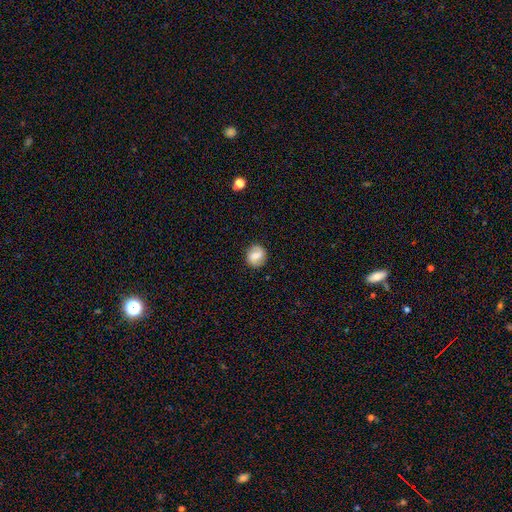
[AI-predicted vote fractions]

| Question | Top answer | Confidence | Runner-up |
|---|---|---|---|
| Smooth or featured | smooth | 67% | featured or disk (25%) |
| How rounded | round | 81% | in between (18%) |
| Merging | none | 87% | minor disturbance (9%) |